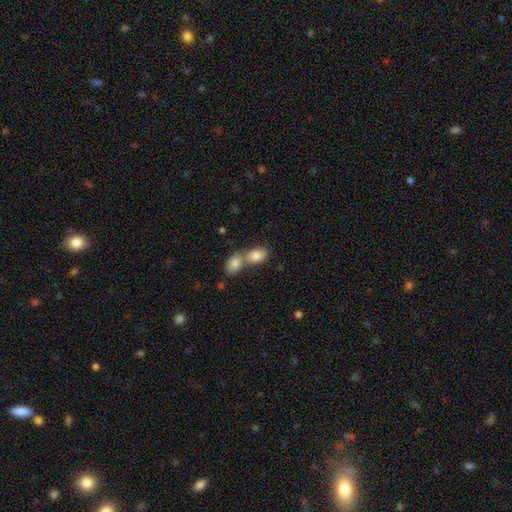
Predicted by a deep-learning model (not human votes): A smooth galaxy with no disk features (83%) that is in between round and cigar-shaped (86%).

Vote fractions:
- Smooth or featured? smooth: 83% / featured or disk: 9% / star or artifact: 8%
- How rounded? in between: 86% / round: 13% / cigar-shaped: 2%
- Merging? merger: 62% / none: 28% / minor disturbance: 7% / major disturbance: 3%